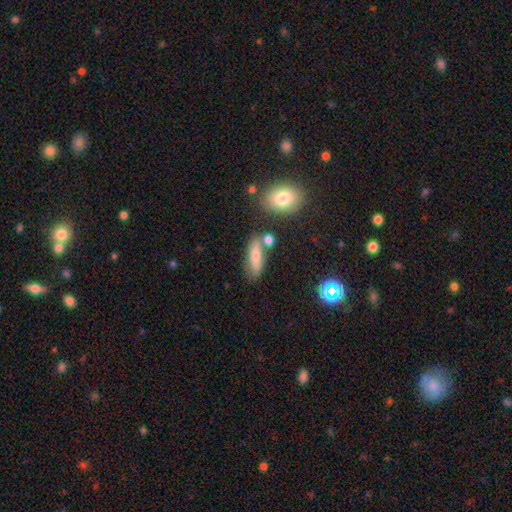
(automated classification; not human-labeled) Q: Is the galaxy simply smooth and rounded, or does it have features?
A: smooth — 71%.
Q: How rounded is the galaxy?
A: in between — 52%.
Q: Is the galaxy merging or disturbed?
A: none — 62%.